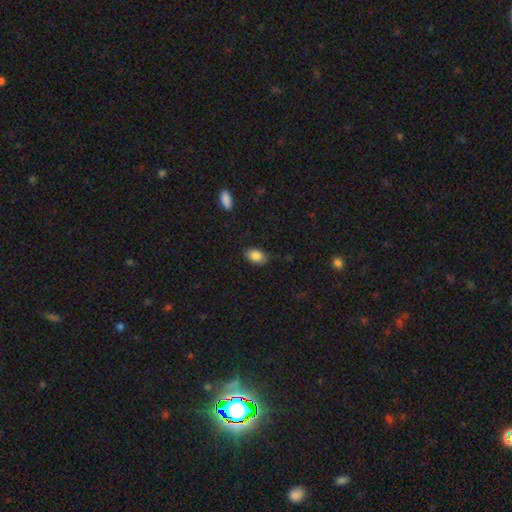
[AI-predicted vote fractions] This appears to be a smooth galaxy with no disk features (87%) that is in between round and cigar-shaped (85%). Merging: none (77%).